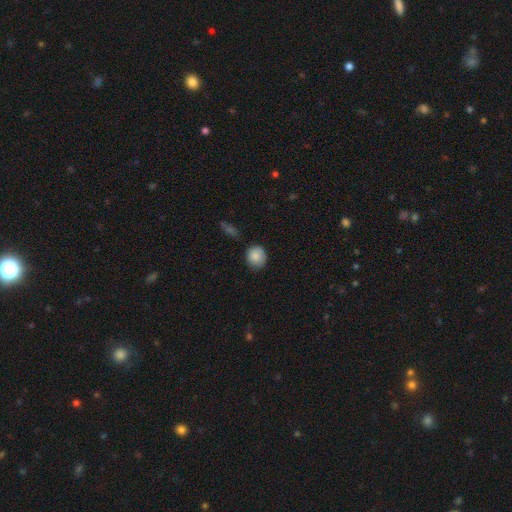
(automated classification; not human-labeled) smooth_or_featured: smooth (p=0.86) [alt: star or artifact p=0.08]
how_rounded: round (p=0.82) [alt: in between p=0.17]
merging: none (p=0.76) [alt: minor disturbance p=0.18]